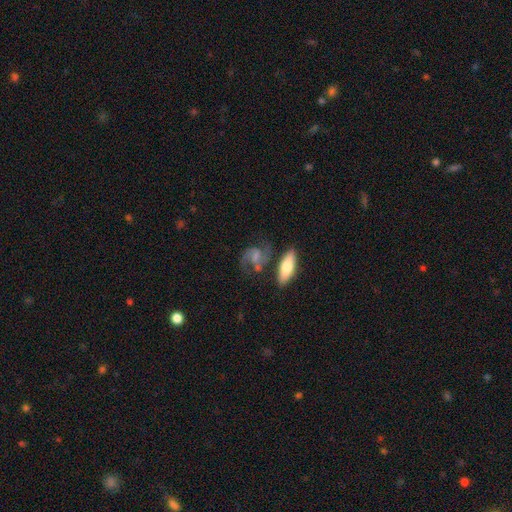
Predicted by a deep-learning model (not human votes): Smooth or featured: featured or disk — 69% (smooth — 22%)
Edge-on disk: no — 93% (yes — 7%)
Bar: no — 51% (weak — 38%)
Spiral arms: yes — 92% (no — 8%)
Spiral winding: medium — 50% (loose — 31%)
Spiral arm count: 2 — 87% (can't tell — 6%)
Bulge size: small — 38% (moderate — 30%)
Merging: none — 56% (minor disturbance — 18%)